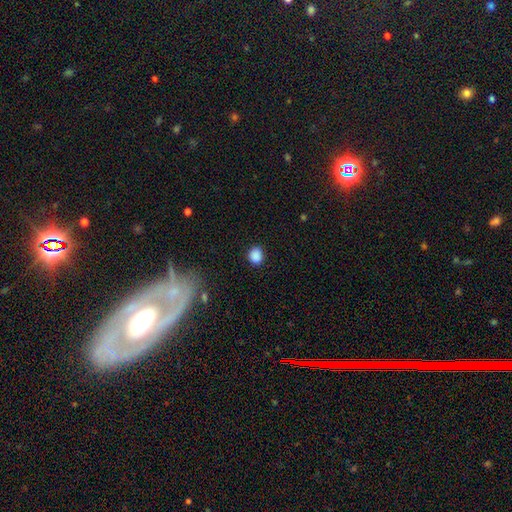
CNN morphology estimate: smooth-or-featured: smooth: 88% | star or artifact: 10% | featured or disk: 3%
  how-rounded: round: 73% | in between: 26% | cigar-shaped: 1%
  merging: none: 89% | minor disturbance: 8% | major disturbance: 3% | merger: 1%